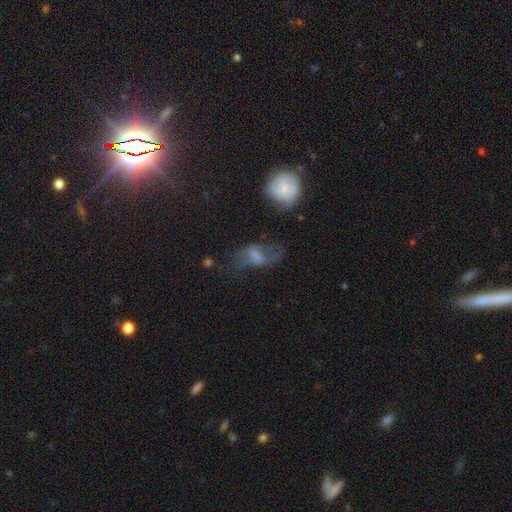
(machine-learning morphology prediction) The model was most divided on "smooth or featured": featured or disk: 47%, smooth: 35%, star or artifact: 18%. Remaining: merging — none (48%).